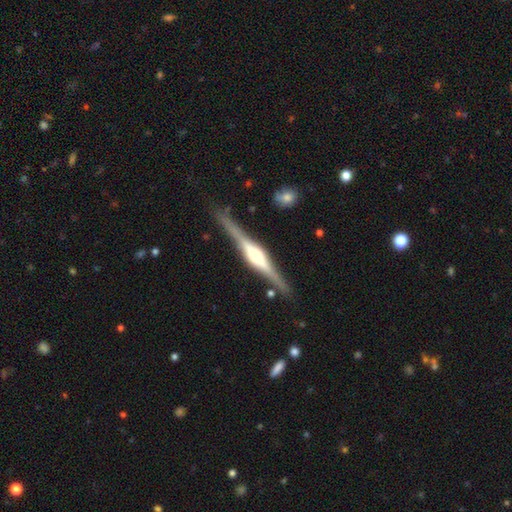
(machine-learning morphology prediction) featured or disk 85%, smooth 10%, star or artifact 4%. Down the decision tree: edge-on disk — yes (98%); edge-on bulge — rounded (84%); merging — none (86%).